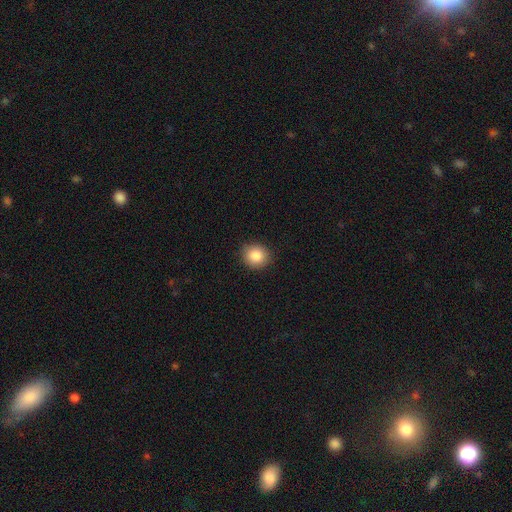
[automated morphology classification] Q: Smooth or featured?
A: smooth (85%); runner-up: star or artifact (9%)
Q: How rounded?
A: round (82%); runner-up: in between (17%)
Q: Merging?
A: none (89%); runner-up: minor disturbance (8%)